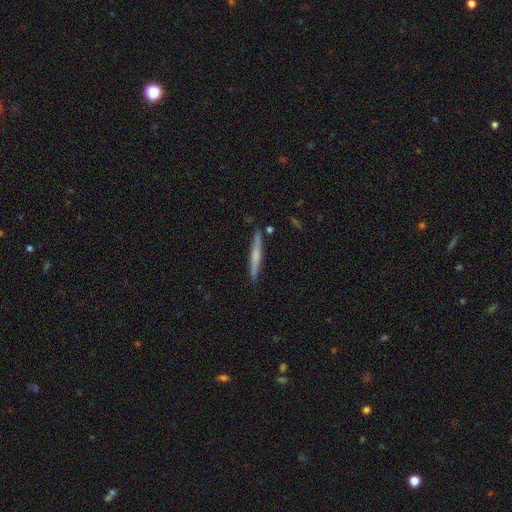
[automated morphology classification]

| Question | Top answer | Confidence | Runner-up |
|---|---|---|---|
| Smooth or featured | featured or disk | 50% | smooth (44%) |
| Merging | none | 87% | minor disturbance (9%) |